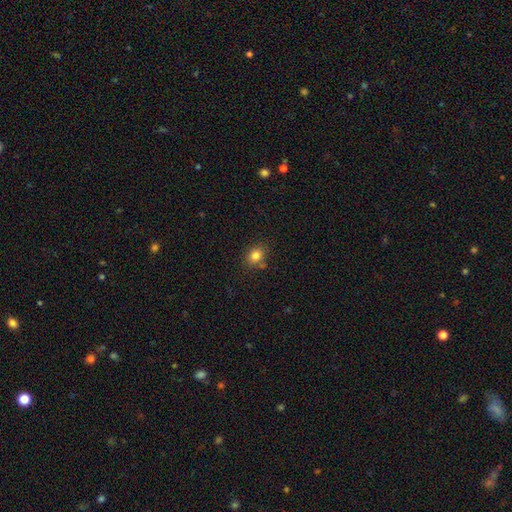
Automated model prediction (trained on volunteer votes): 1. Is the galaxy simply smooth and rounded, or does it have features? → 82% smooth, 11% star or artifact, 7% featured or disk.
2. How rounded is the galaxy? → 55% round, 45% in between, 1% cigar-shaped.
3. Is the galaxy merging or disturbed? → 76% none, 13% minor disturbance, 8% merger, 3% major disturbance.